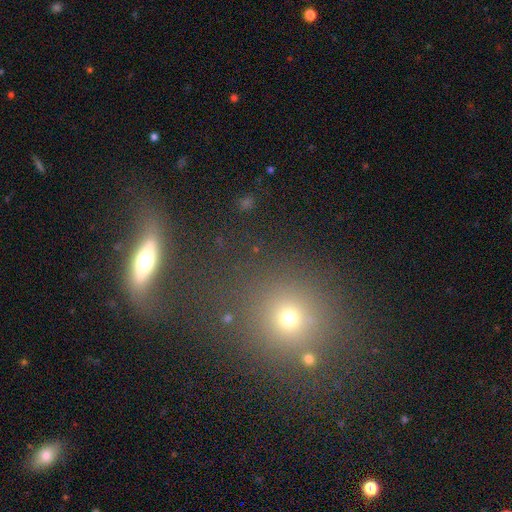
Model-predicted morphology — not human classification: Overall: smooth (52%; star or artifact 27%). How rounded: round (71%). Merging: none (65%).